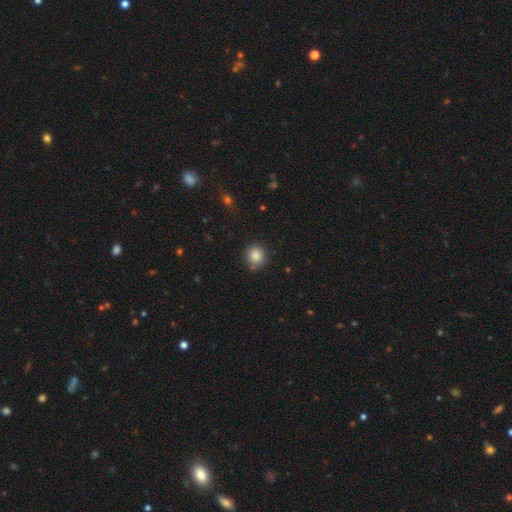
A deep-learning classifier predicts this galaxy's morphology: smooth 85%, star or artifact 10%, featured or disk 4%. Down the decision tree: how rounded — round (88%); merging — none (84%).